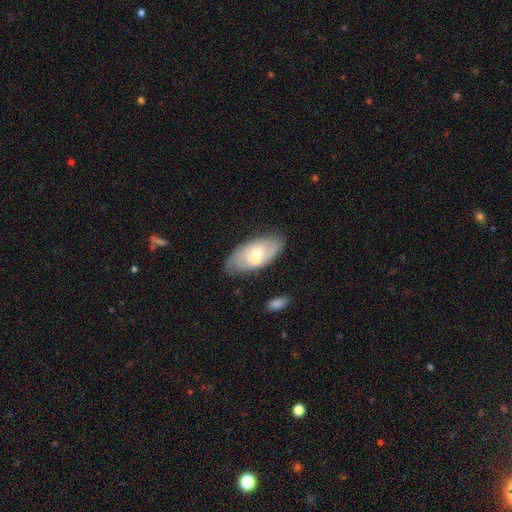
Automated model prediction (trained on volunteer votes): This is likely a featured or disk galaxy (61%). It is clearly not viewed edge-on (91%). Bar: possibly weak (51%). Spiral arm pattern: clearly yes (83%). Central bulge: possibly moderate (47%, tied with small). Merging: likely none (76%).